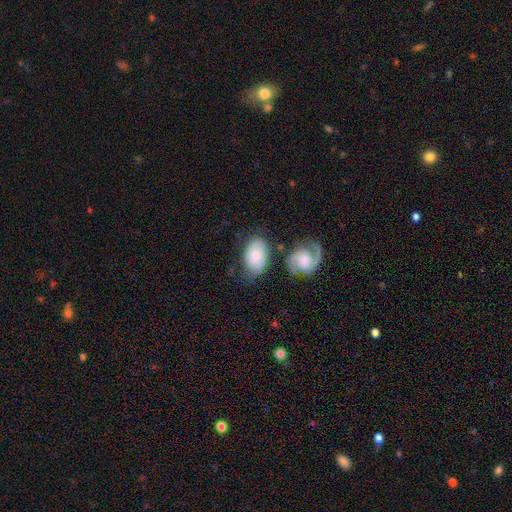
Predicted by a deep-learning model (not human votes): A smooth galaxy with no disk features (75%) that is in between round and cigar-shaped (89%).

Vote fractions:
- Smooth or featured? smooth: 75% / featured or disk: 19% / star or artifact: 6%
- How rounded? in between: 89% / round: 10% / cigar-shaped: 1%
- Merging? none: 61% / minor disturbance: 22% / merger: 10% / major disturbance: 7%